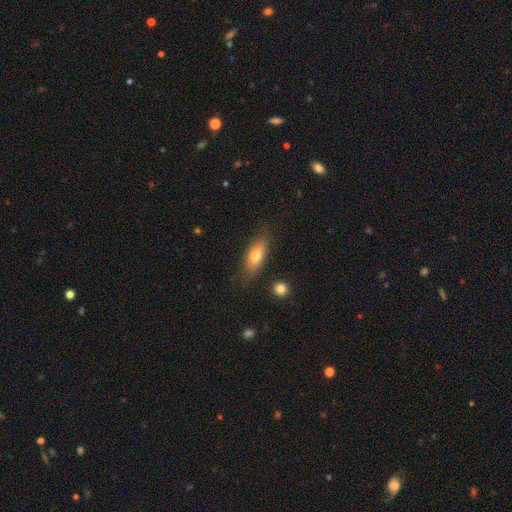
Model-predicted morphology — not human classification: Q: Smooth or featured?
A: smooth (69%); runner-up: featured or disk (23%)
Q: How rounded?
A: in between (67%); runner-up: cigar-shaped (29%)
Q: Merging?
A: none (79%); runner-up: minor disturbance (15%)